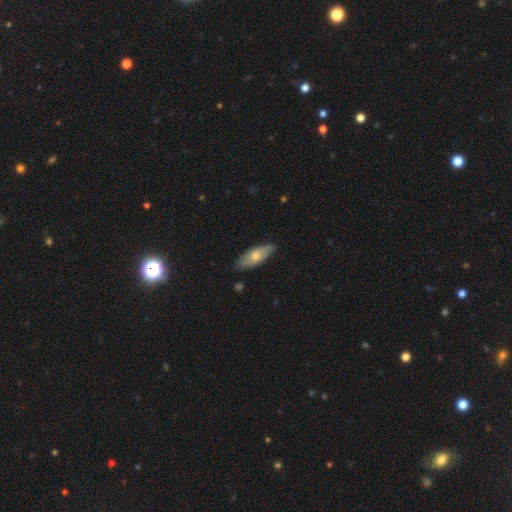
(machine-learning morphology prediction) Smooth or featured? Predicted: smooth (p=0.56). How rounded? Predicted: in between (p=0.66). Merging? Predicted: none (p=0.81).